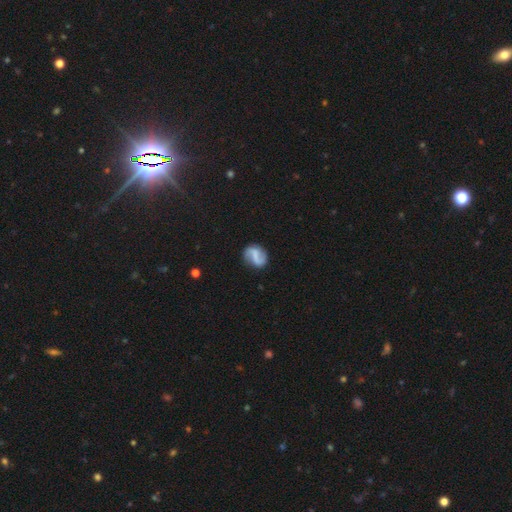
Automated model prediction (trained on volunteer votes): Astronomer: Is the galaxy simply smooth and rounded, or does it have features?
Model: featured or disk — 72%.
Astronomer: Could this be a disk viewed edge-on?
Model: no — 98%.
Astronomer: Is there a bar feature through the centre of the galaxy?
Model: weak — 41% (runner-up: strong, 34%).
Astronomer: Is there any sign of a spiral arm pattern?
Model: yes — 91%.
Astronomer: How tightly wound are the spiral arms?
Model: loose — 57%.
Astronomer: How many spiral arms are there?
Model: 2 — 89%.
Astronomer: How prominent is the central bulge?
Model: none — 60%.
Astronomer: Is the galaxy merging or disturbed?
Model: none — 79%.